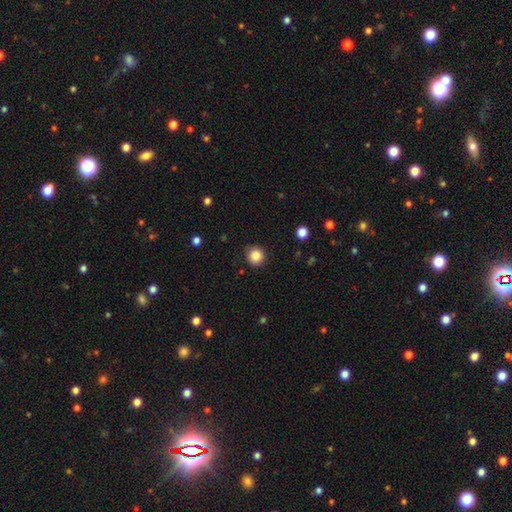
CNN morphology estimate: A smooth galaxy with no disk features (85%) that is round (92%). Merging: none (87%).